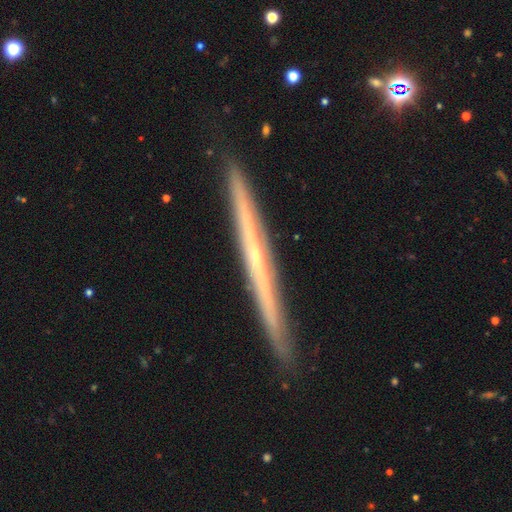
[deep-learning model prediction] This is likely a featured or disk galaxy (79%). It is clearly viewed edge-on (97%). Edge-on bulge: possibly none (59%). Merging: clearly none (91%).